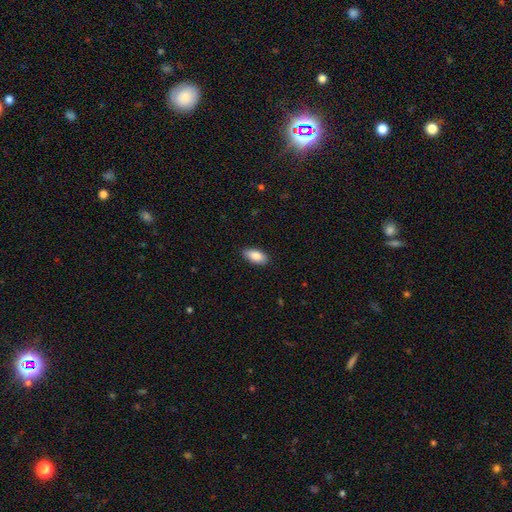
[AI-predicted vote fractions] A smooth galaxy with no disk features (87%) that is in between round and cigar-shaped (91%). Merging: none (87%).